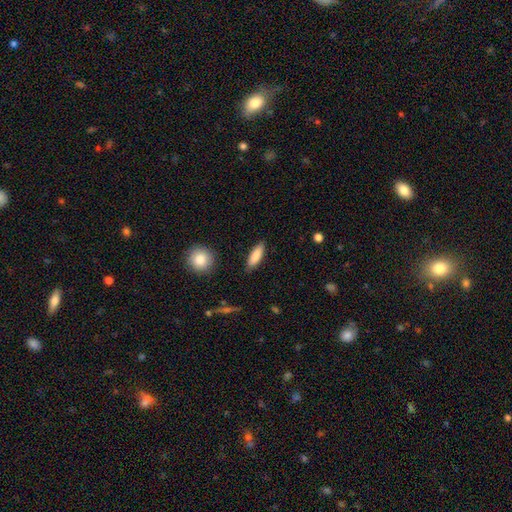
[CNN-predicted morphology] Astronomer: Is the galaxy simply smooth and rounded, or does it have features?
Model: smooth — 85%.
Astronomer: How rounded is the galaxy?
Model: in between — 52% (runner-up: cigar-shaped, 46%).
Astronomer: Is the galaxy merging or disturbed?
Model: none — 86%.